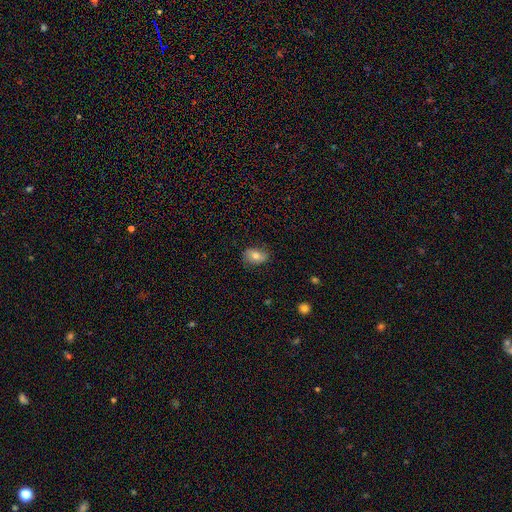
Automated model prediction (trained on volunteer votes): Smooth or featured: smooth — 72% (featured or disk — 20%)
How rounded: in between — 83% (round — 16%)
Merging: none — 77% (minor disturbance — 18%)